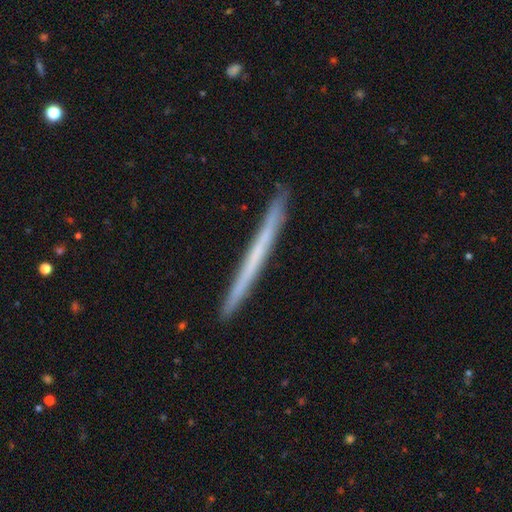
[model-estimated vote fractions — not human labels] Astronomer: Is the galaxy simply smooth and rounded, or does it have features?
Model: featured or disk — 49% (runner-up: smooth, 45%).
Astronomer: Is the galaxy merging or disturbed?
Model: none — 92%.